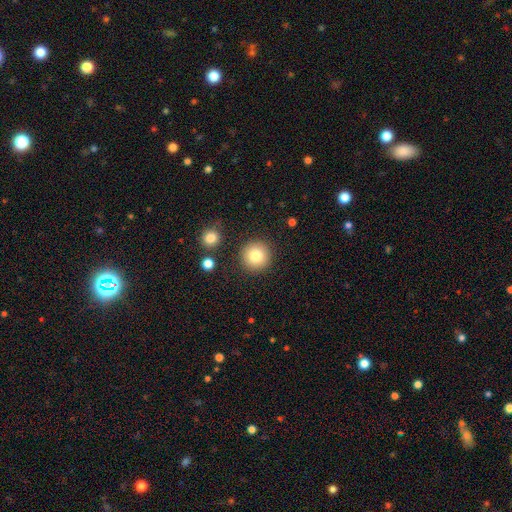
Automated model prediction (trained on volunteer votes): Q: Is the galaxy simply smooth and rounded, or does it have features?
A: smooth — 80%.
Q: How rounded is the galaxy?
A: round — 96%.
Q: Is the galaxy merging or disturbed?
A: none — 88%.